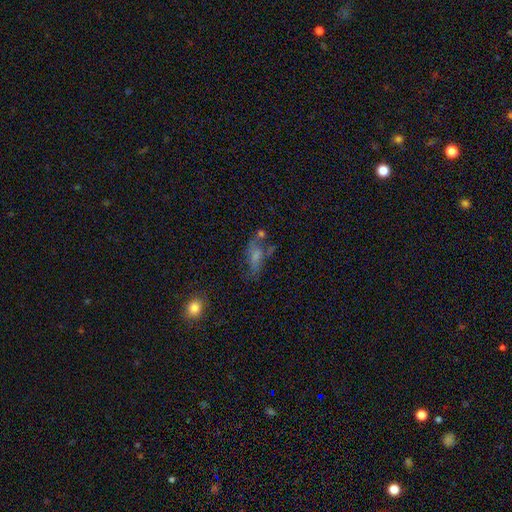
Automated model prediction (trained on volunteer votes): The model was most divided on "merging": none: 36%, major disturbance: 25%, minor disturbance: 23%, merger: 16%. More confident: how rounded — in between (77%); smooth or featured — smooth (51%).